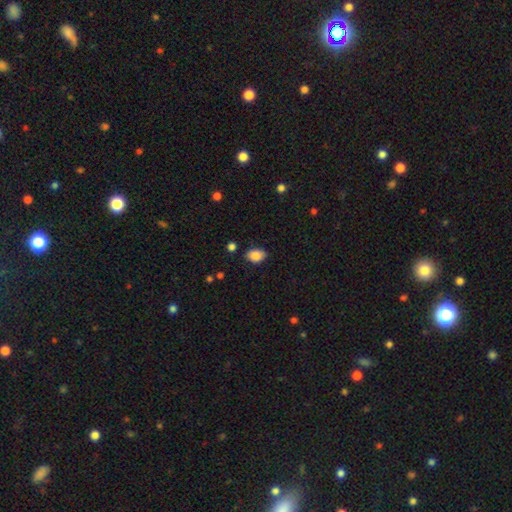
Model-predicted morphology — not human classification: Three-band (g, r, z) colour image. It shows a smooth galaxy with no disk features (85%) that is in between round and cigar-shaped (80%). Merging: none (79%).